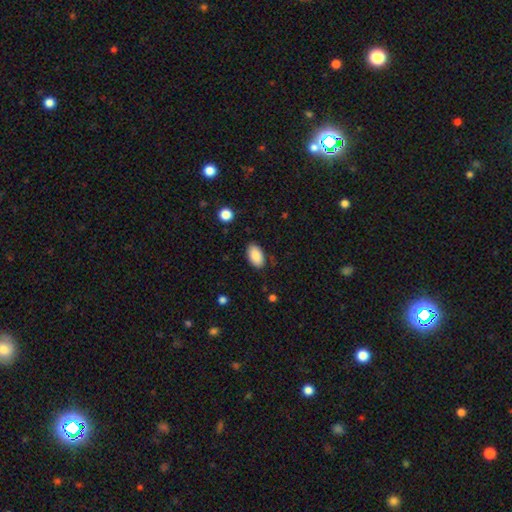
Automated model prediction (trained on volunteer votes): This is clearly a smooth galaxy (88%). How rounded: clearly in between (94%). Merging: clearly none (85%).